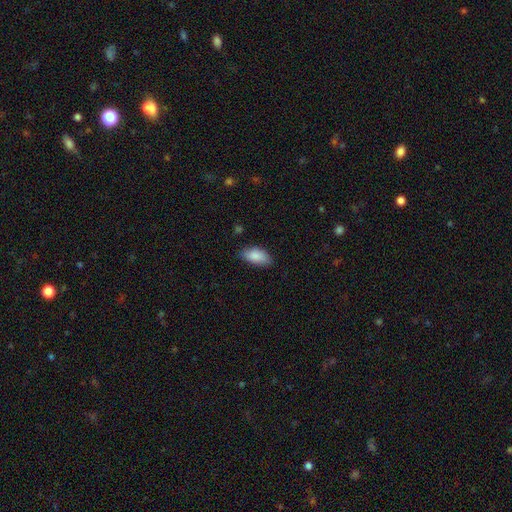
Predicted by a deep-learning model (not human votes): A smooth galaxy with no disk features (88%) that is in between round and cigar-shaped (91%).

Vote fractions:
- Smooth or featured? smooth: 88% / star or artifact: 7% / featured or disk: 6%
- How rounded? in between: 91% / cigar-shaped: 6% / round: 3%
- Merging? none: 78% / minor disturbance: 18% / major disturbance: 3% / merger: 1%